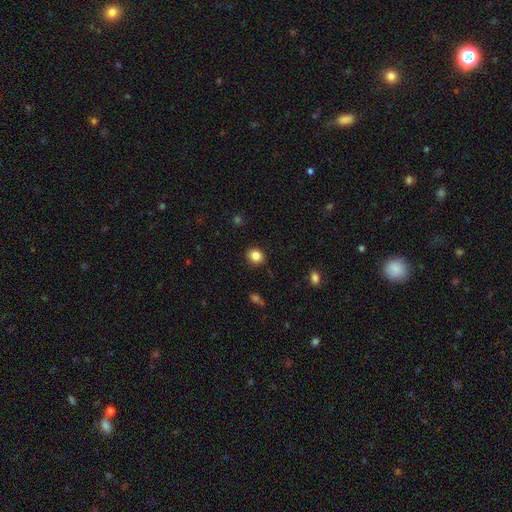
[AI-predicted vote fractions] Morphology: type=smooth (84%); roundness=round (77%); merging=none (88%).